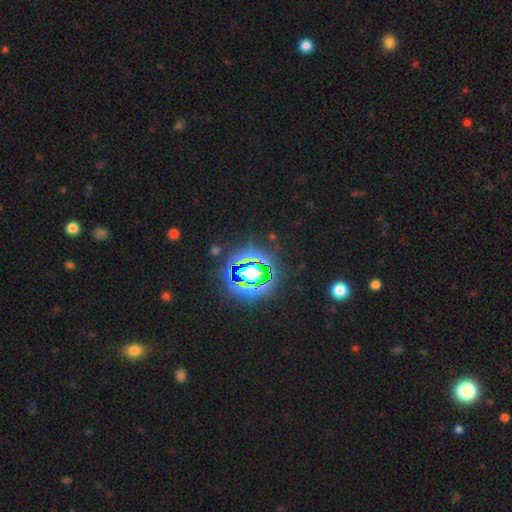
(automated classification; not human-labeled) Morphology: type=star or artifact (81%).